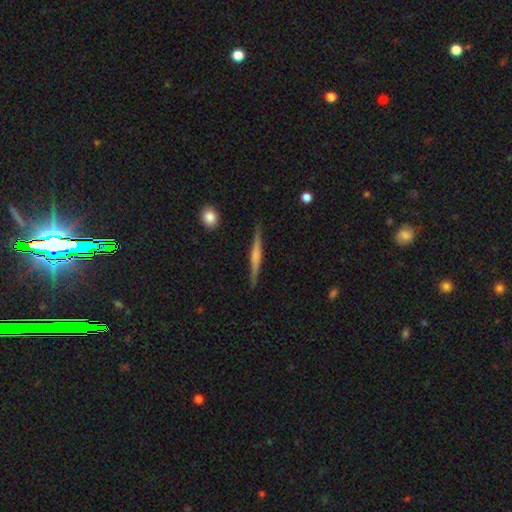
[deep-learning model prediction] Smooth or featured?
  - featured or disk: 66% *
  - smooth: 27%
  - star or artifact: 6%
Edge-on disk?
  - yes: 98% *
  - no: 2%
Edge-on bulge?
  - rounded: 50% *
  - boxy: 30%
  - none: 20%
Merging?
  - none: 89% *
  - minor disturbance: 8%
  - major disturbance: 2%
  - merger: 1%